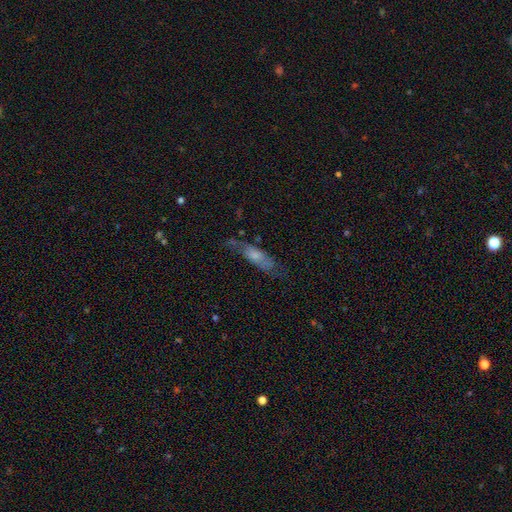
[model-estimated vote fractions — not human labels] smooth-or-featured: smooth: 50% | featured or disk: 41% | star or artifact: 9%
  how-rounded: cigar-shaped: 52% | in between: 45% | round: 3%
  merging: none: 54% | minor disturbance: 27% | major disturbance: 16% | merger: 3%